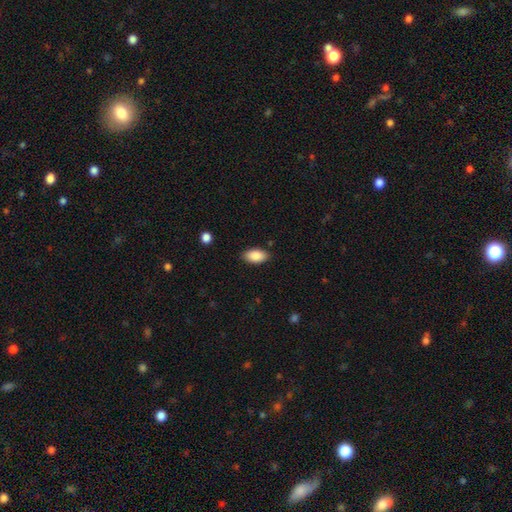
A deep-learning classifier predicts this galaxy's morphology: Overall: smooth (88%). How rounded: in between (94%). Merging: none (86%).